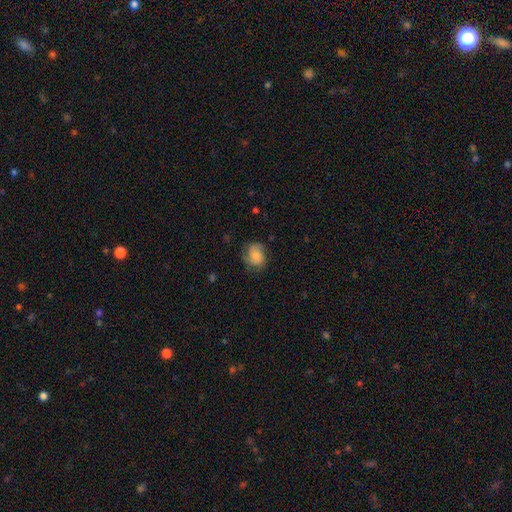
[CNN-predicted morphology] Smooth or featured? Predicted: smooth (p=0.70). How rounded? Predicted: in between (p=0.52). Merging? Predicted: none (p=0.59).